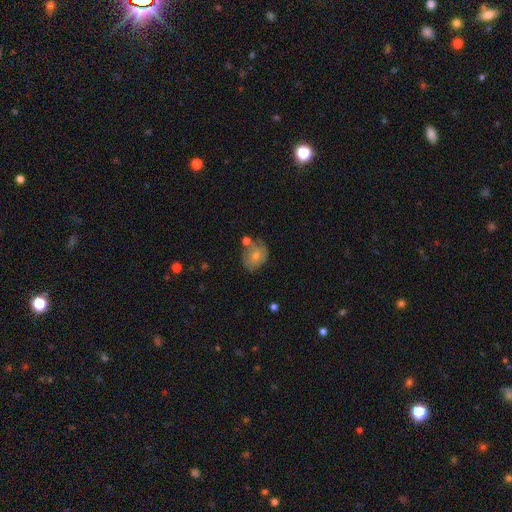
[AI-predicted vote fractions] Q: Smooth or featured?
A: smooth (50%); runner-up: featured or disk (37%)
Q: Merging?
A: none (65%); runner-up: minor disturbance (21%)